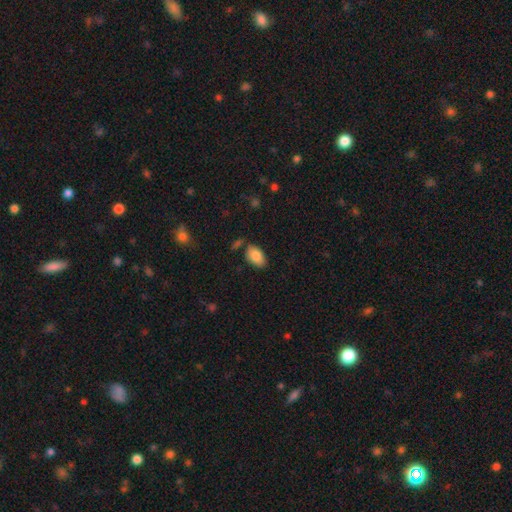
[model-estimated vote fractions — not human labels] Smooth or featured: smooth — 85% (featured or disk — 8%)
How rounded: in between — 92% (round — 7%)
Merging: none — 75% (minor disturbance — 16%)